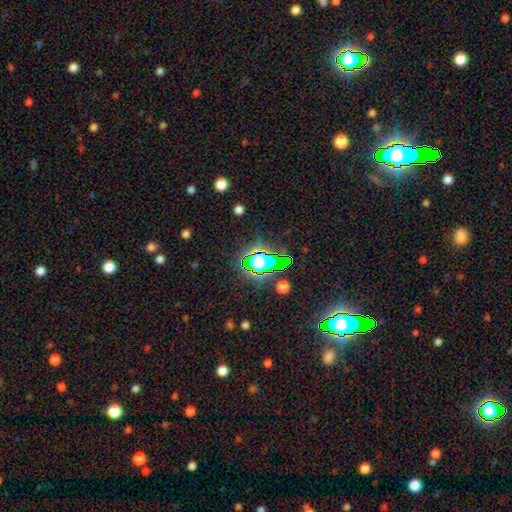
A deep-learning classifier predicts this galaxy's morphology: This is likely a star or artifact rather than a galaxy (63%).